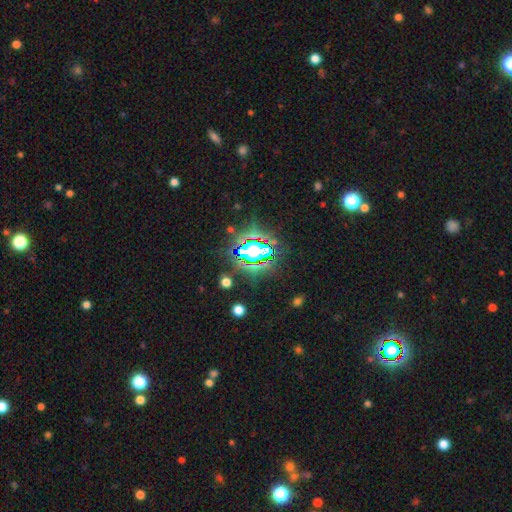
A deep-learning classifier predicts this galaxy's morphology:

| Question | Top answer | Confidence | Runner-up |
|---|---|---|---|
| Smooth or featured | star or artifact | 81% | smooth (11%) |